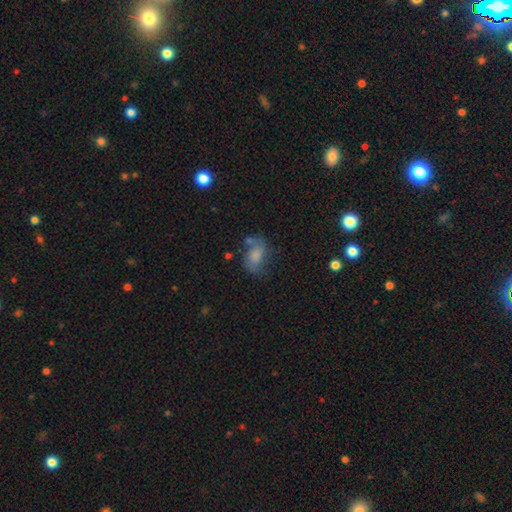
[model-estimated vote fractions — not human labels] Smooth or featured?
  - smooth: 66% *
  - featured or disk: 24%
  - star or artifact: 10%
How rounded?
  - in between: 84% *
  - round: 13%
  - cigar-shaped: 2%
Merging?
  - none: 50% *
  - minor disturbance: 26%
  - major disturbance: 13%
  - merger: 11%